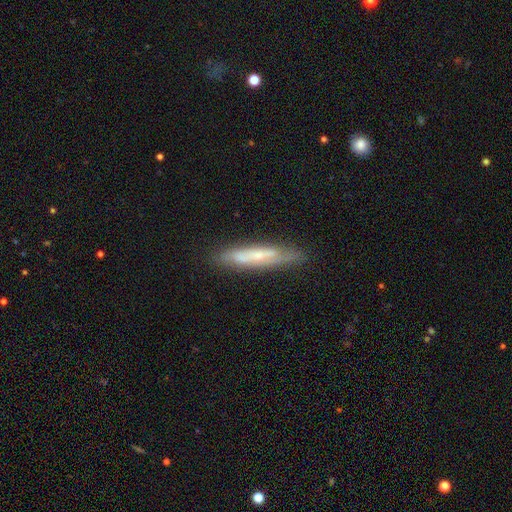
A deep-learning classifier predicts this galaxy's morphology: type=featured or disk (53%); edge-on=yes (67%); merging=none (78%).